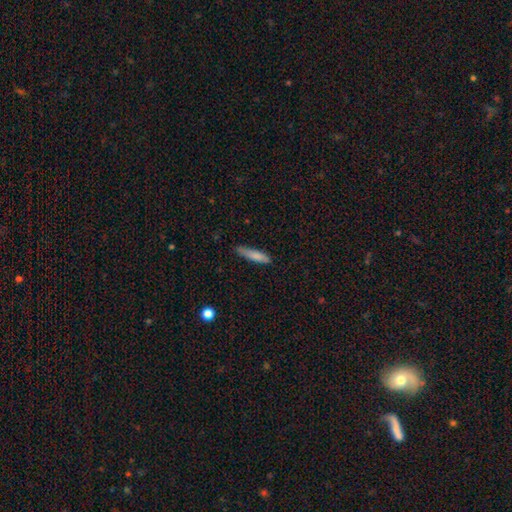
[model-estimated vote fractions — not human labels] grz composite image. It shows a smooth galaxy with no disk features (81%) that is cigar-shaped (83%). Merging: none (70%).